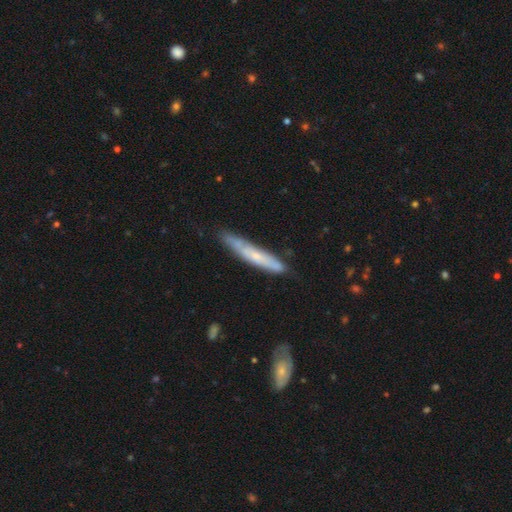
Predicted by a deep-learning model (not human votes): smooth_or_featured: featured or disk (p=0.50) [alt: smooth p=0.44]
merging: none (p=0.70) [alt: minor disturbance p=0.23]